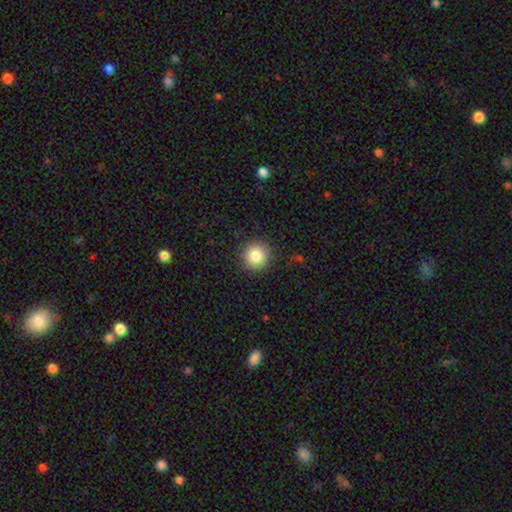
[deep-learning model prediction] smooth 84%, star or artifact 10%, featured or disk 6%. Down the decision tree: how rounded — round (95%); merging — none (91%).